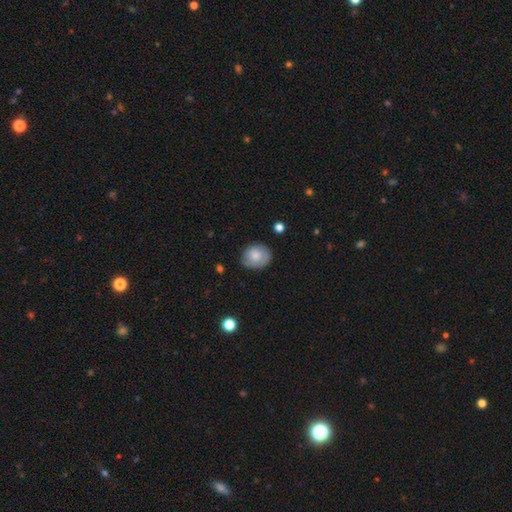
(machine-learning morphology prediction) A smooth galaxy with no disk features (76%) that is round (61%). Merging: none (73%).